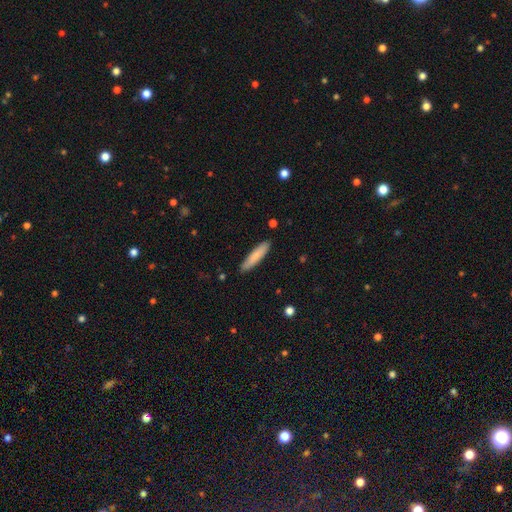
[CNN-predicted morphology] This appears to be a smooth galaxy with no disk features (81%) that is cigar-shaped (83%). Merging: none (88%).